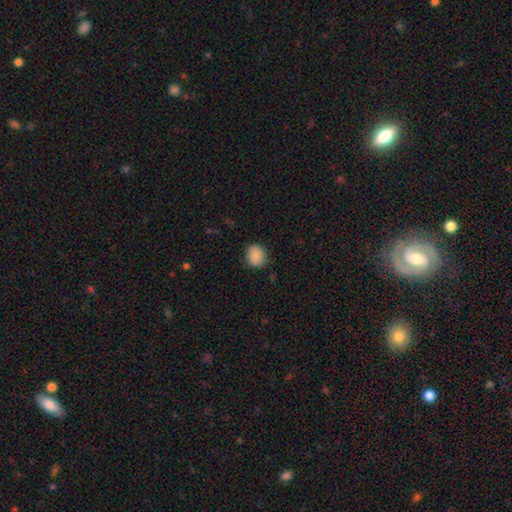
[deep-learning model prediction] Smooth or featured?
  - smooth: 88% *
  - star or artifact: 8%
  - featured or disk: 5%
How rounded?
  - round: 72% *
  - in between: 27%
  - cigar-shaped: 1%
Merging?
  - none: 86% *
  - minor disturbance: 11%
  - major disturbance: 2%
  - merger: 1%